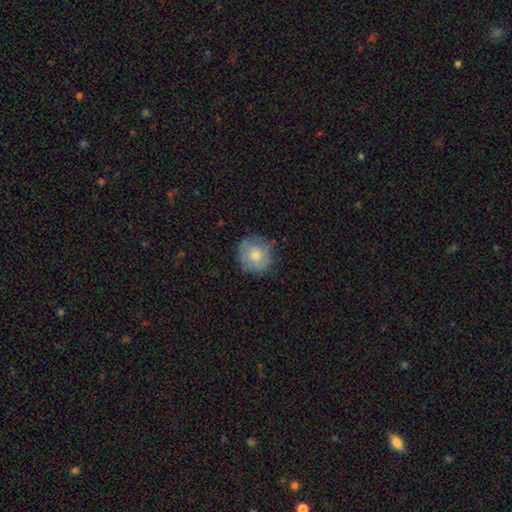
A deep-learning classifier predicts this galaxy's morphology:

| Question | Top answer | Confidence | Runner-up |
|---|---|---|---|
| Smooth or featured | smooth | 65% | featured or disk (27%) |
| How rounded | round | 89% | in between (10%) |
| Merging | none | 77% | minor disturbance (18%) |